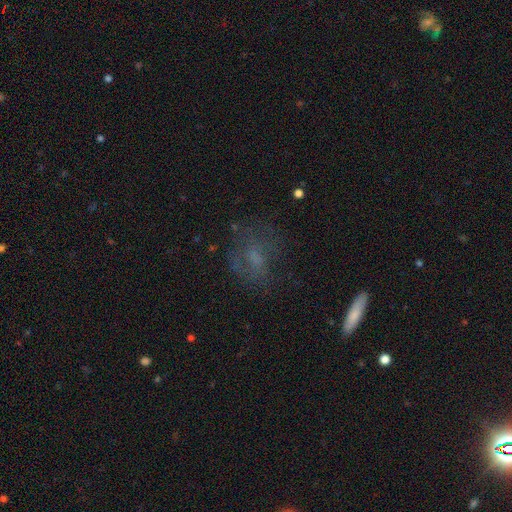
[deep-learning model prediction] Overall: smooth (40%; featured or disk 38%). Merging: none (64%).